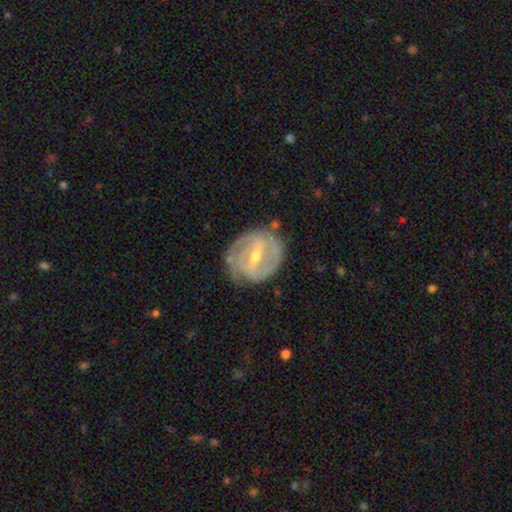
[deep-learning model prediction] smooth_or_featured: featured or disk (p=0.81) [alt: smooth p=0.14]
disk_edge_on: no (p=0.96) [alt: yes p=0.04]
bar: strong (p=0.48) [alt: weak p=0.41]
has_spiral_arms: yes (p=0.81) [alt: no p=0.19]
spiral_winding: tight (p=0.57) [alt: medium p=0.32]
spiral_arm_count: 2 (p=0.51) [alt: can't tell p=0.27]
bulge_size: moderate (p=0.52) [alt: small p=0.44]
merging: none (p=0.71) [alt: minor disturbance p=0.20]